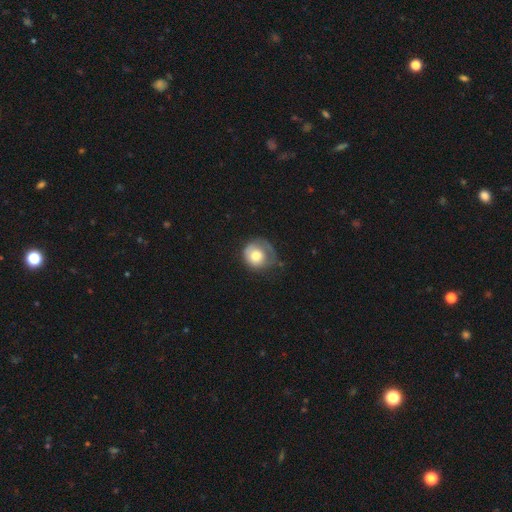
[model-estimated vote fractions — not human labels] Morphology: type=smooth (66%); roundness=round (83%); merging=none (42%).